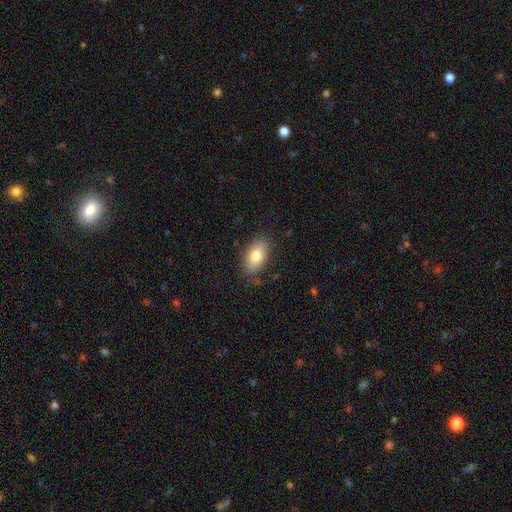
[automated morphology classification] Q: Smooth or featured?
A: smooth (79%); runner-up: featured or disk (14%)
Q: How rounded?
A: in between (91%); runner-up: round (6%)
Q: Merging?
A: none (84%); runner-up: minor disturbance (12%)